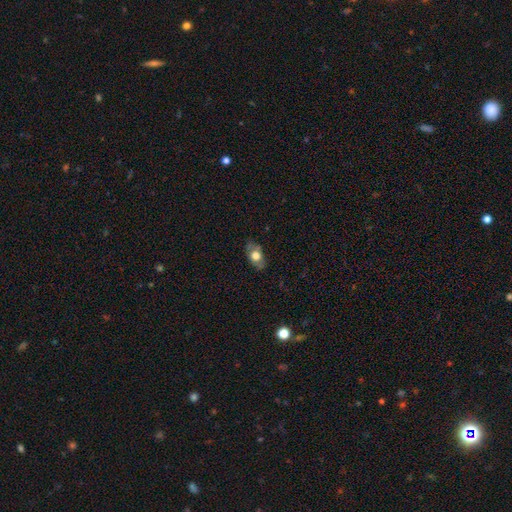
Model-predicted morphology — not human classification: A smooth galaxy with no disk features (58%) that is in between round and cigar-shaped (86%). Merging: none (79%).